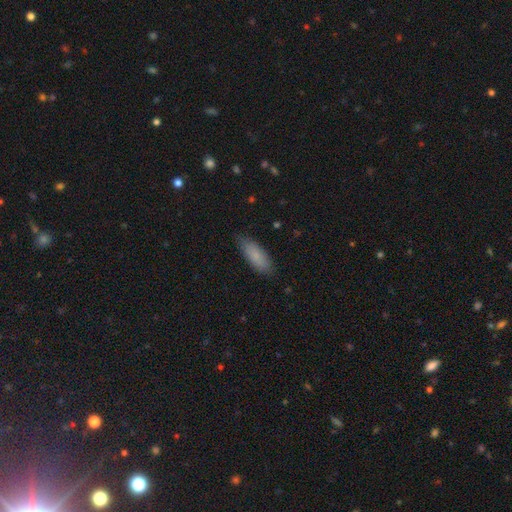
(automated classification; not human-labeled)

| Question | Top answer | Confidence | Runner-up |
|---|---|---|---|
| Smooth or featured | smooth | 84% | featured or disk (10%) |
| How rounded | in between | 71% | cigar-shaped (28%) |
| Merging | none | 80% | minor disturbance (16%) |